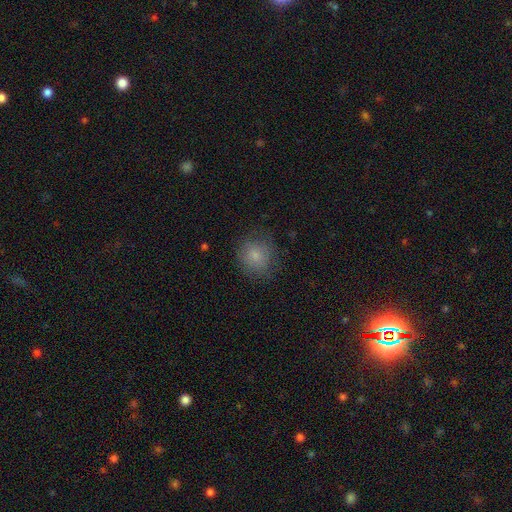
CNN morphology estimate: Smooth or featured? Predicted: smooth (p=0.80). How rounded? Predicted: round (p=0.84). Merging? Predicted: none (p=0.76).